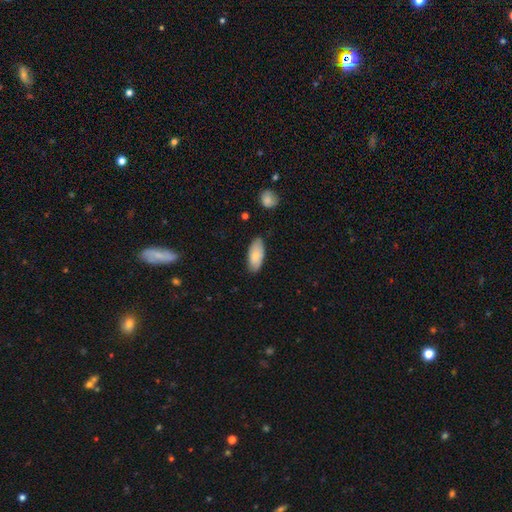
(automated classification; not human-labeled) A smooth galaxy with no disk features (75%) that is in between round and cigar-shaped (90%). Merging: none (77%).